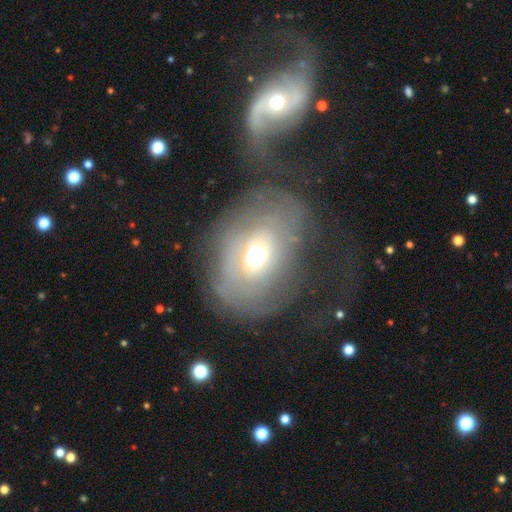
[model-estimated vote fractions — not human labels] Overall: featured or disk (49%; smooth 39%). Merging: none (55%; major disturbance 21%).